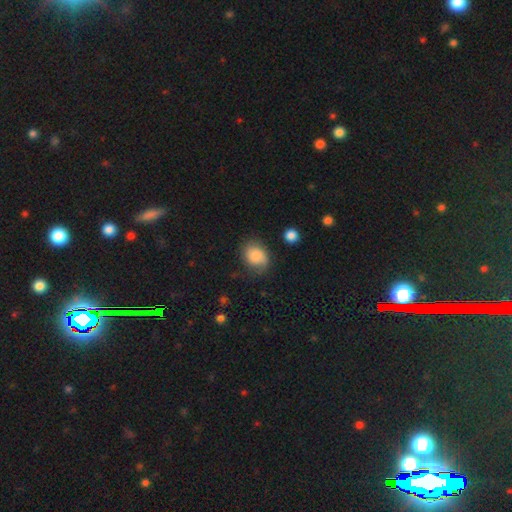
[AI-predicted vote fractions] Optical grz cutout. It shows a smooth galaxy with no disk features (73%) that is in between round and cigar-shaped (53%). Merging: none (64%).